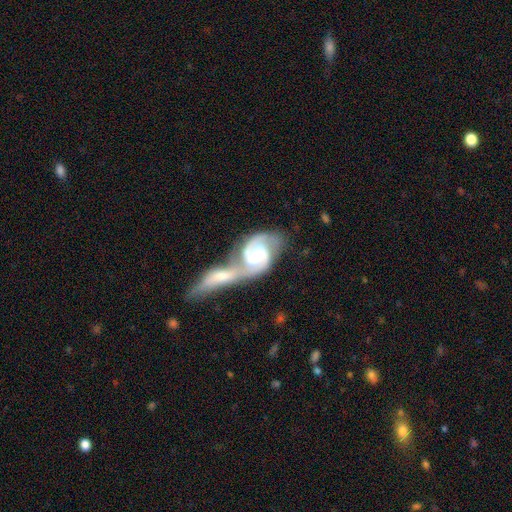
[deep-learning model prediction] Overall: featured or disk (88%). Edge-on disk: no (96%). Bar: weak (47%; no 34%). Spiral arms: yes (97%). Spiral arm count: 2 (89%). Spiral winding: medium (52%; tight 32%). Bulge size: moderate (45%; small 39%). Merging: merger (73%).